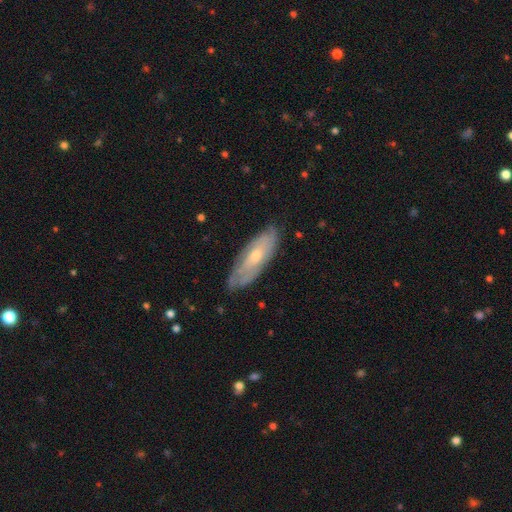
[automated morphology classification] A featured or disk galaxy (54%).

Vote fractions:
- Smooth or featured? featured or disk: 54% / smooth: 39% / star or artifact: 6%
- Edge-on disk? no: 72% / yes: 28%
- Merging? none: 73% / minor disturbance: 21% / major disturbance: 4% / merger: 1%